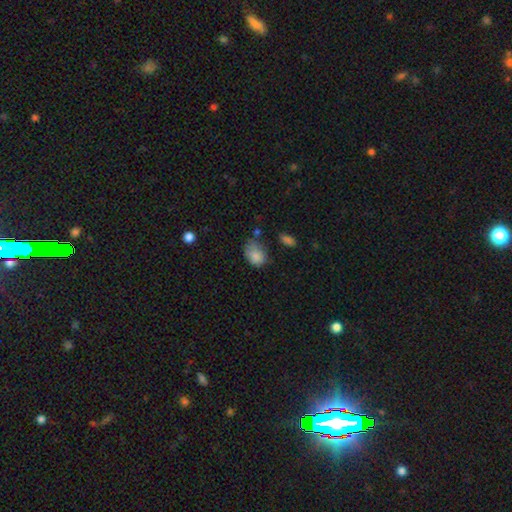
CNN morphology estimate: smooth_or_featured: smooth (p=0.83) [alt: star or artifact p=0.09]
how_rounded: in between (p=0.73) [alt: round p=0.25]
merging: none (p=0.42) [alt: minor disturbance p=0.38]